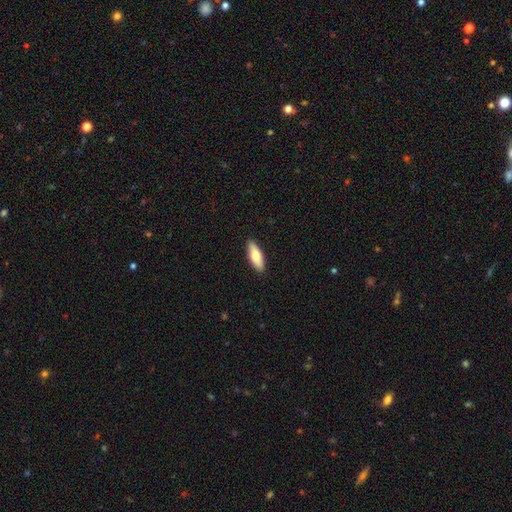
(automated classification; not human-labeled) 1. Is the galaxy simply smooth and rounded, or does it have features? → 72% smooth, 22% featured or disk, 6% star or artifact.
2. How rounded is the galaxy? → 60% in between, 38% cigar-shaped, 2% round.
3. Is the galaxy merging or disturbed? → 90% none, 7% minor disturbance, 2% major disturbance, 1% merger.